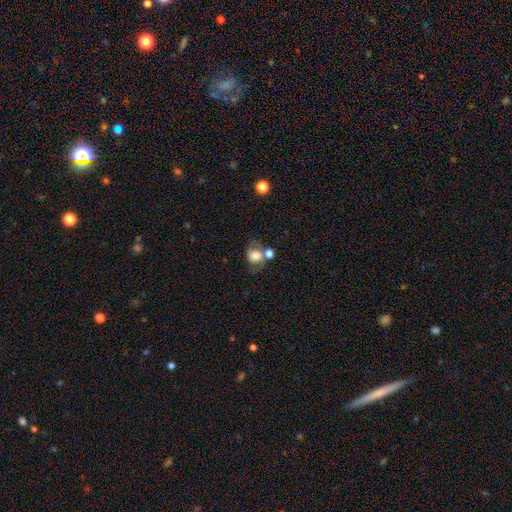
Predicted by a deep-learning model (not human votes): Smooth or featured: smooth — 60% (featured or disk — 30%)
How rounded: round — 60% (in between — 39%)
Merging: none — 43% (merger — 23%)